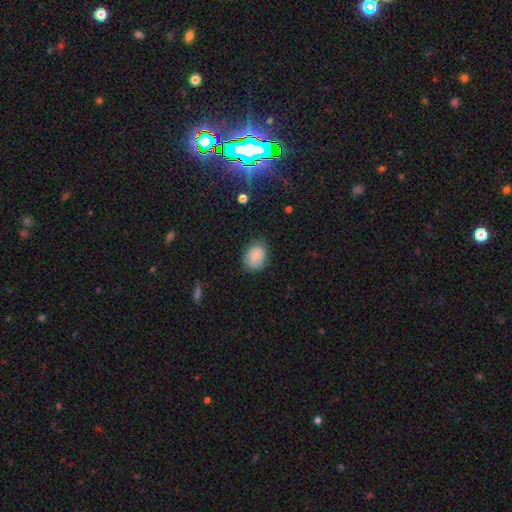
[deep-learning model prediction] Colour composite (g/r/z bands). It shows a smooth galaxy with no disk features (82%) that is in between round and cigar-shaped (63%). Merging: none (73%).